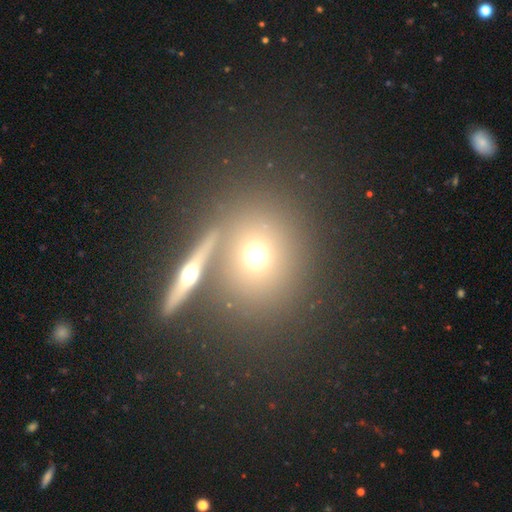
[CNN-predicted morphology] Smooth or featured? Predicted: smooth (p=0.56). How rounded? Predicted: round (p=0.78). Merging? Predicted: none (p=0.66).